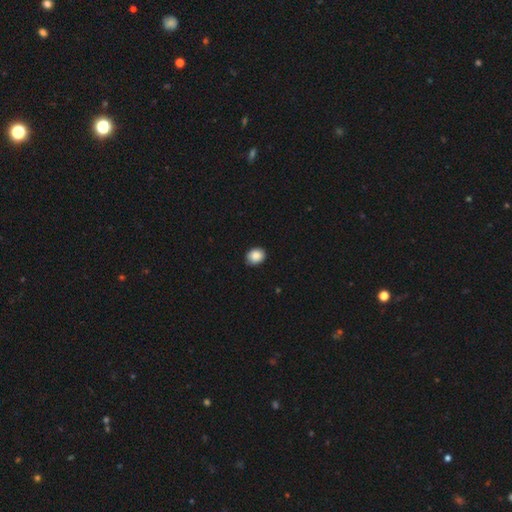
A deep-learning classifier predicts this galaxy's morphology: A smooth galaxy with no disk features (89%) that is round (55%).

Vote fractions:
- Smooth or featured? smooth: 89% / star or artifact: 8% / featured or disk: 3%
- How rounded? round: 55% / in between: 44% / cigar-shaped: 1%
- Merging? none: 84% / minor disturbance: 13% / major disturbance: 2% / merger: 1%